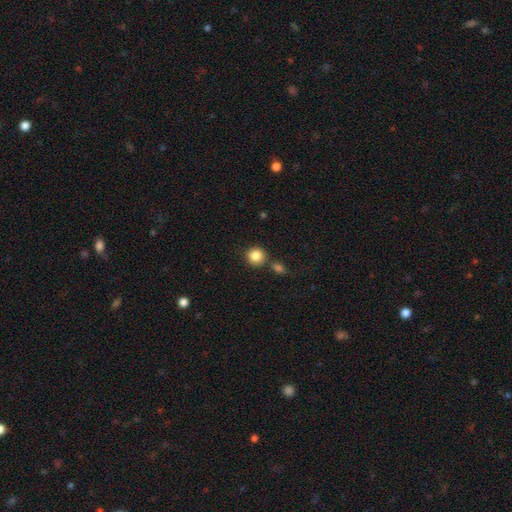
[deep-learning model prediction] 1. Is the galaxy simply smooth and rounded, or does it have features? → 85% smooth, 9% star or artifact, 6% featured or disk.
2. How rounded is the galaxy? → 90% round, 9% in between, 1% cigar-shaped.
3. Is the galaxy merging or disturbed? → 74% none, 14% merger, 9% minor disturbance, 3% major disturbance.